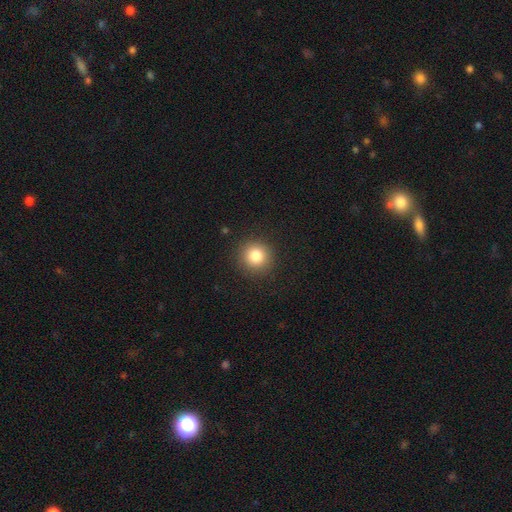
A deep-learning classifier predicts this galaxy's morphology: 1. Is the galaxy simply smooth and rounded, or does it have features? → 83% smooth, 11% star or artifact, 6% featured or disk.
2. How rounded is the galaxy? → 94% round, 6% in between, 1% cigar-shaped.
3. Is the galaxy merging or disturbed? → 91% none, 6% minor disturbance, 2% major disturbance, 1% merger.